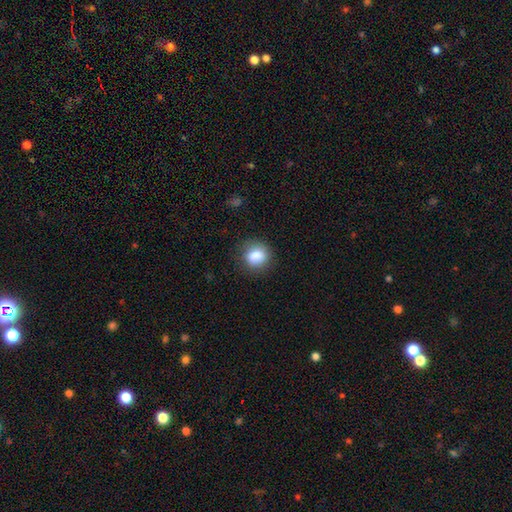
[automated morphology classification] A smooth galaxy with no disk features (85%) that is round (79%).

Vote fractions:
- Smooth or featured? smooth: 85% / star or artifact: 10% / featured or disk: 6%
- How rounded? round: 79% / in between: 20% / cigar-shaped: 1%
- Merging? none: 84% / minor disturbance: 11% / major disturbance: 3% / merger: 1%